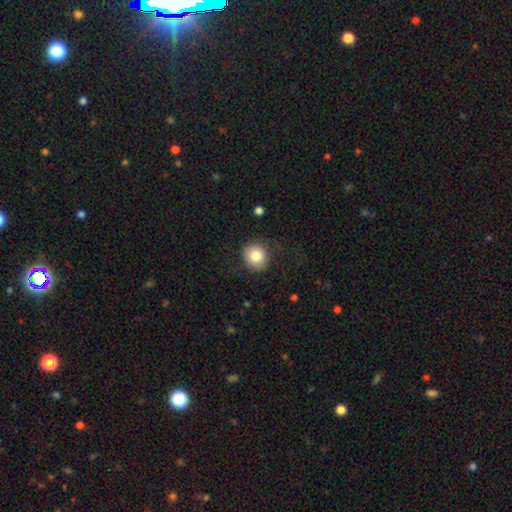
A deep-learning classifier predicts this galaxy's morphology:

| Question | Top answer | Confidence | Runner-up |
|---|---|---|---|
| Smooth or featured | smooth | 83% | featured or disk (9%) |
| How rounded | round | 86% | in between (13%) |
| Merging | none | 81% | minor disturbance (13%) |